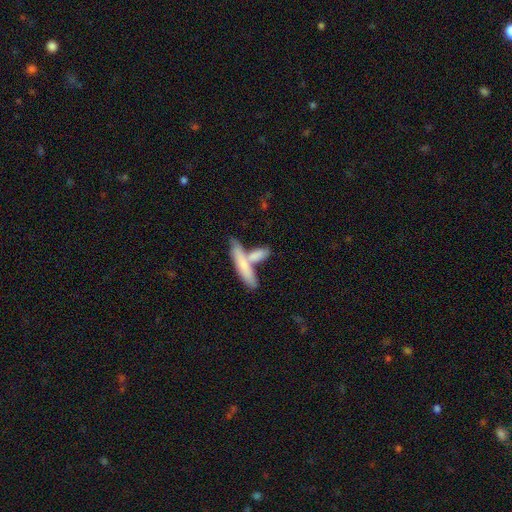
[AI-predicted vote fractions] smooth 71%, featured or disk 23%, star or artifact 6%. Down the decision tree: how rounded — cigar-shaped (68%); merging — merger (43%).